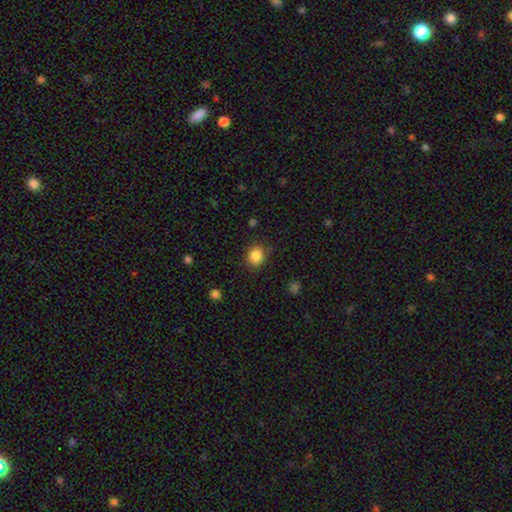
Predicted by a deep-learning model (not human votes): The model was most divided on "how rounded": round: 74%, in between: 25%, cigar-shaped: 1%. More confident: smooth or featured — smooth (85%); merging — none (84%).